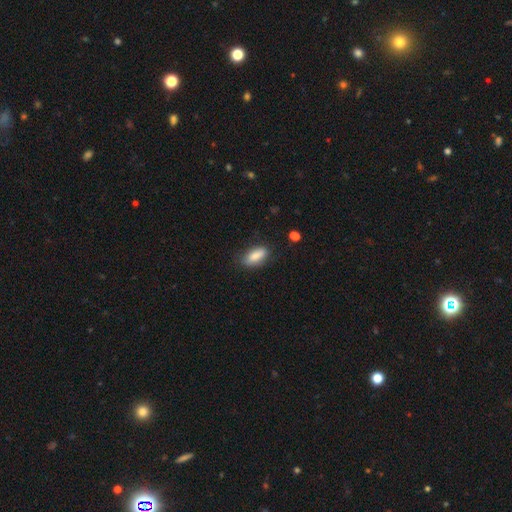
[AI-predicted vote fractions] Smooth or featured: smooth — 83% (featured or disk — 10%)
How rounded: in between — 80% (cigar-shaped — 17%)
Merging: none — 78% (minor disturbance — 17%)